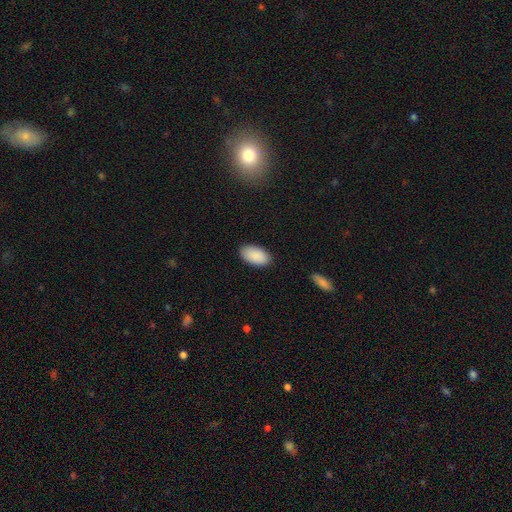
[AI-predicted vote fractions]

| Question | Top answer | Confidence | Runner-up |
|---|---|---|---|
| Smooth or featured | smooth | 91% | star or artifact (6%) |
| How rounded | in between | 96% | round (3%) |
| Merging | none | 89% | minor disturbance (8%) |